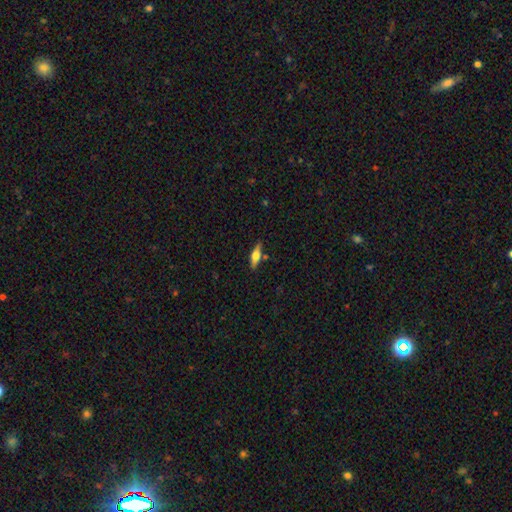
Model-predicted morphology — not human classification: smooth_or_featured: featured or disk (p=0.51) [alt: smooth p=0.42]
disk_edge_on: yes (p=0.93) [alt: no p=0.07]
merging: none (p=0.81) [alt: minor disturbance p=0.12]